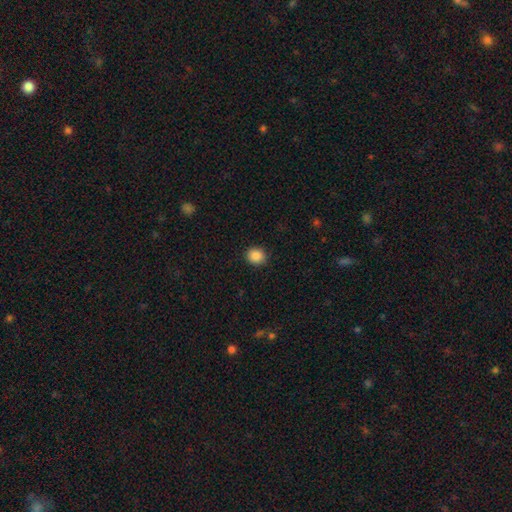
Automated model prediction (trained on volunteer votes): Overall: smooth (88%). How rounded: round (81%). Merging: none (90%).